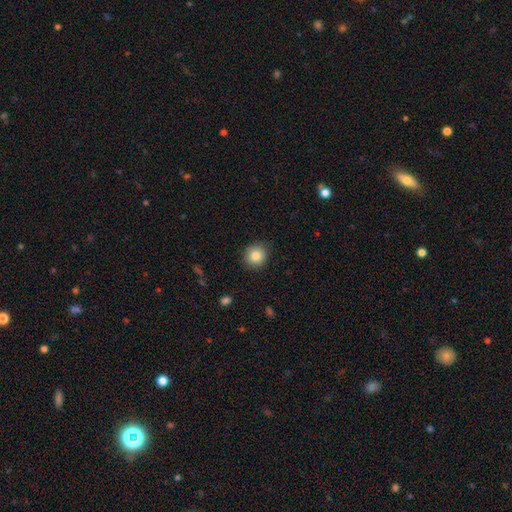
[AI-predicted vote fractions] Smooth or featured? smooth (85%)
How rounded? round (88%)
Merging? none (89%)